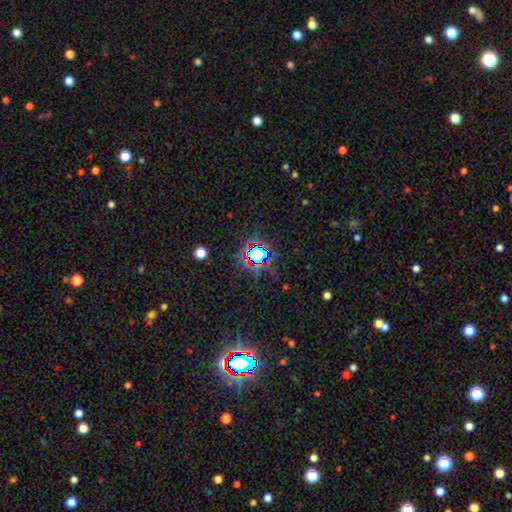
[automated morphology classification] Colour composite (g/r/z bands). It shows a star or artifact, not a galaxy (71%).